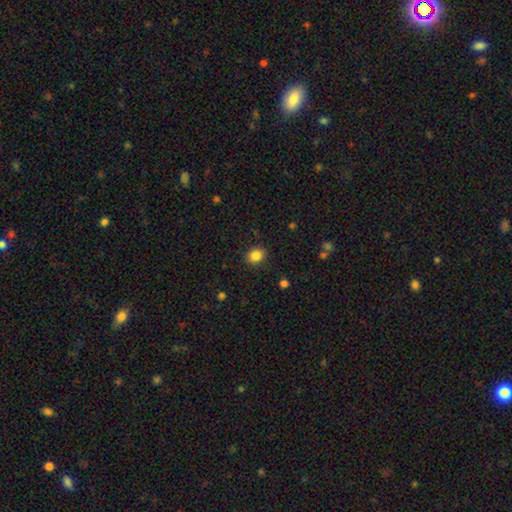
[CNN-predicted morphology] smooth_or_featured: smooth (p=0.86) [alt: star or artifact p=0.10]
how_rounded: round (p=0.65) [alt: in between p=0.34]
merging: none (p=0.88) [alt: minor disturbance p=0.08]